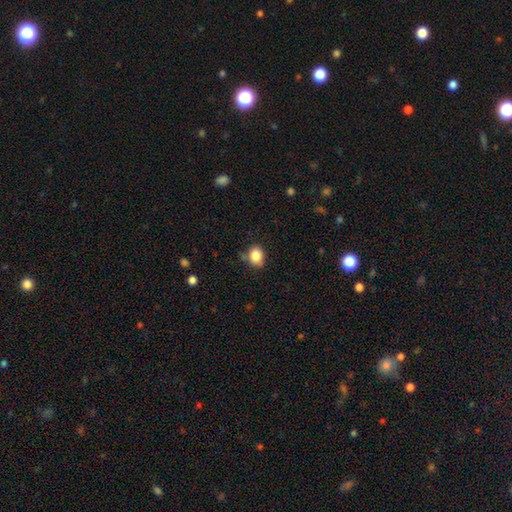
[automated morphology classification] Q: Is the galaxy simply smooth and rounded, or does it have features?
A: smooth — 85%.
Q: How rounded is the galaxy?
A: round — 52%.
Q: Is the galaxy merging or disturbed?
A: none — 72%.